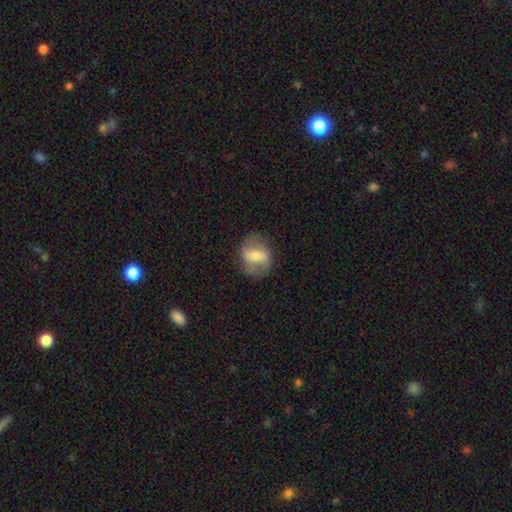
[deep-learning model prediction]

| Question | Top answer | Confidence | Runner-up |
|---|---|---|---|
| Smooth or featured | featured or disk | 58% | smooth (35%) |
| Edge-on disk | no | 94% | yes (6%) |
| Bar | strong | 47% | weak (36%) |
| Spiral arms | yes | 67% | no (33%) |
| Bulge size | small | 45% | moderate (44%) |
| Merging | none | 75% | minor disturbance (16%) |